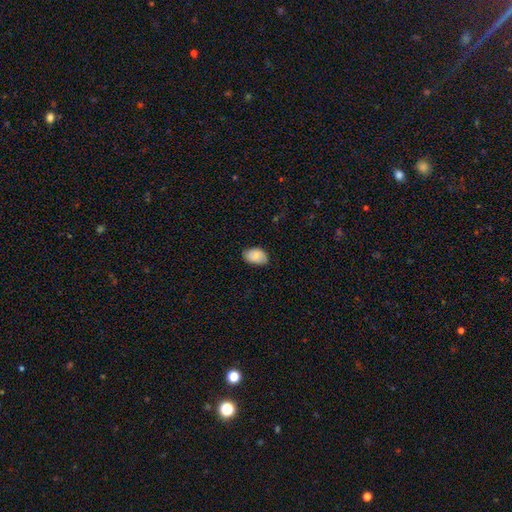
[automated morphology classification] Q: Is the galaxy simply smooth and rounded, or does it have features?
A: smooth — 76%.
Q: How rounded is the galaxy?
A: in between — 87%.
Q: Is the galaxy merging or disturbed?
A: none — 71%.